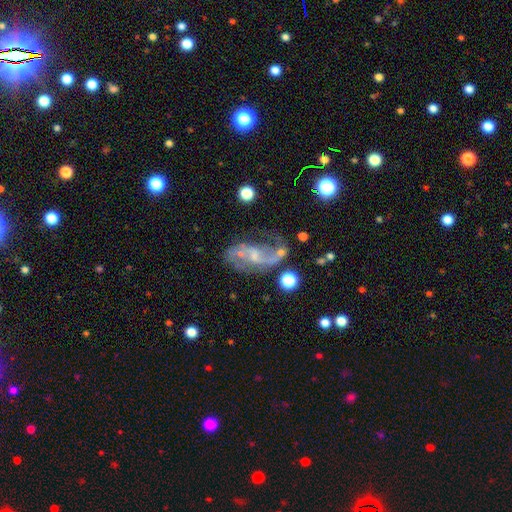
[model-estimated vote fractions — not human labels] The model was most divided on "bar": weak: 45%, no: 42%, strong: 13%. Remaining: edge-on disk — no (96%); spiral arms — yes (89%); smooth or featured — featured or disk (81%); spiral arm count — 2 (78%); spiral winding — loose (62%); bulge size — small (58%); merging — none (46%).